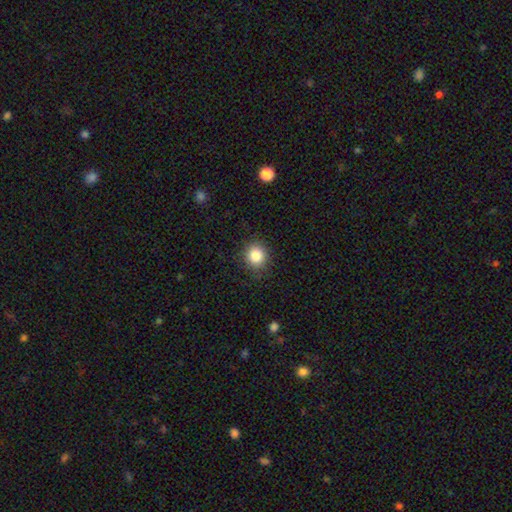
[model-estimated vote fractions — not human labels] smooth 84%, star or artifact 10%, featured or disk 5%. Down the decision tree: how rounded — round (84%); merging — none (87%).